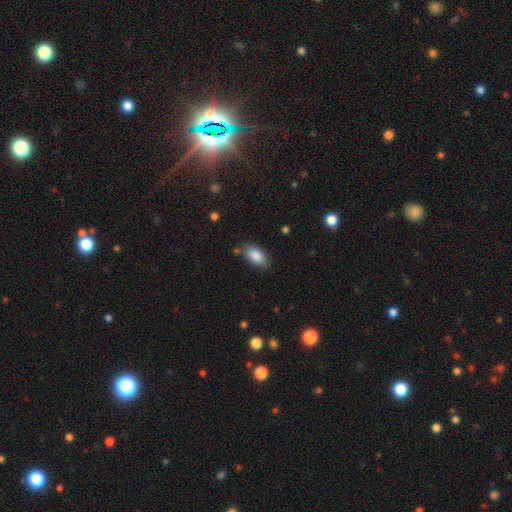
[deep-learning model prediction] Overall: smooth (87%). How rounded: in between (93%). Merging: none (78%).